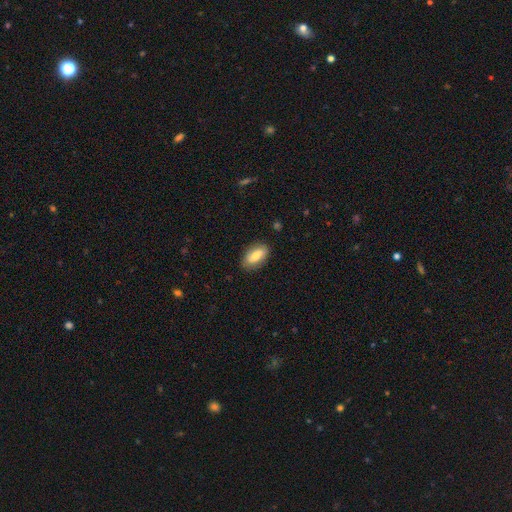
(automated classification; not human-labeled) This is likely a smooth galaxy (73%). How rounded: clearly in between (90%). Merging: clearly none (85%).